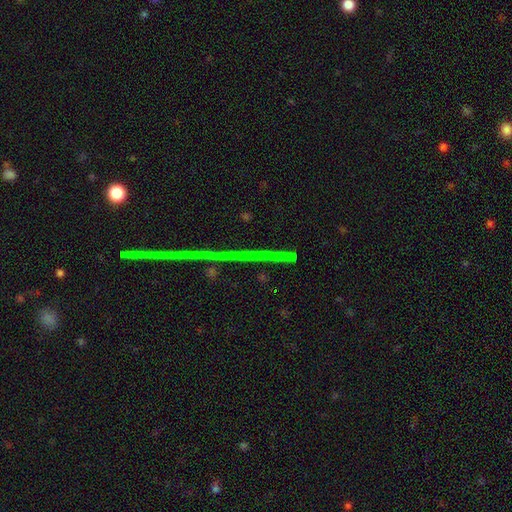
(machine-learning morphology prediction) Smooth or featured? Predicted: star or artifact (p=0.72).